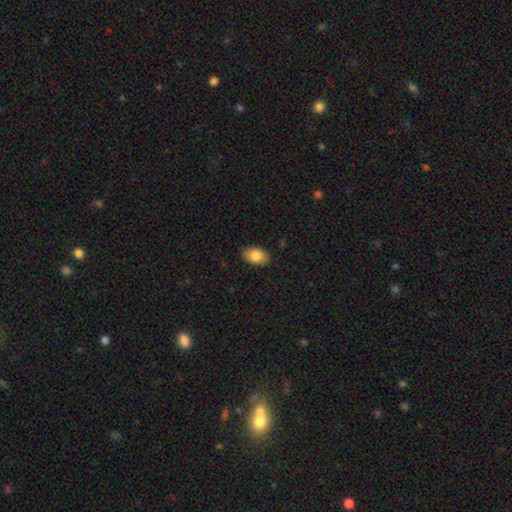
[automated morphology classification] This appears to be a smooth galaxy with no disk features (83%) that is in between round and cigar-shaped (89%). Merging: none (87%).